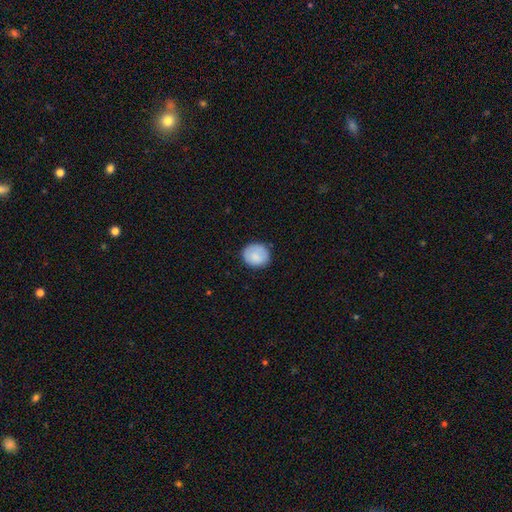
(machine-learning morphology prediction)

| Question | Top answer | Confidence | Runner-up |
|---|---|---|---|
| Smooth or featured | smooth | 84% | featured or disk (9%) |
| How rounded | round | 79% | in between (20%) |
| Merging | none | 83% | minor disturbance (13%) |